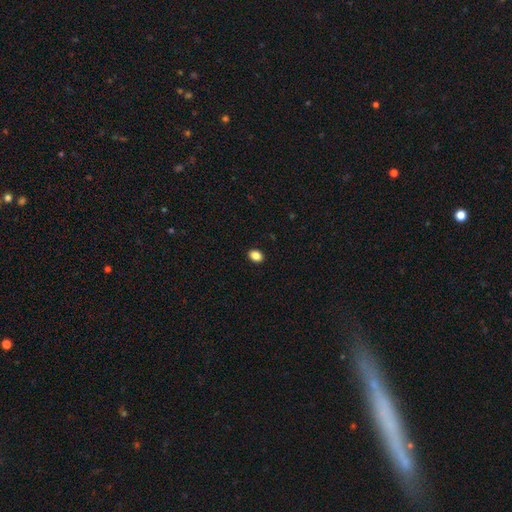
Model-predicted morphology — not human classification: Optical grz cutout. It shows a smooth galaxy with no disk features (87%) that is in between round and cigar-shaped (65%). Merging: none (91%).